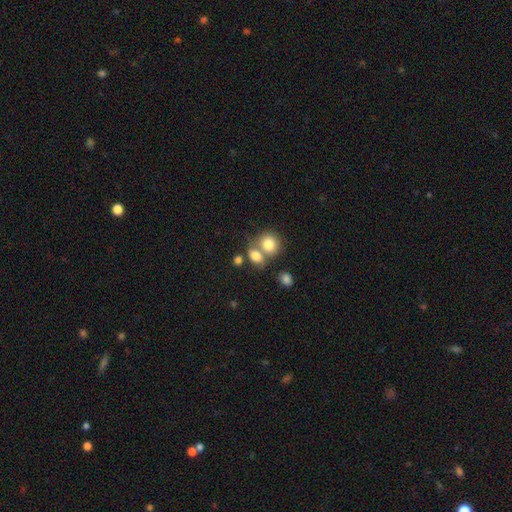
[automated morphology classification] The model was most divided on "merging": merger: 48%, none: 38%, minor disturbance: 10%, major disturbance: 5%. More confident: smooth or featured — smooth (79%); how rounded — in between (54%).